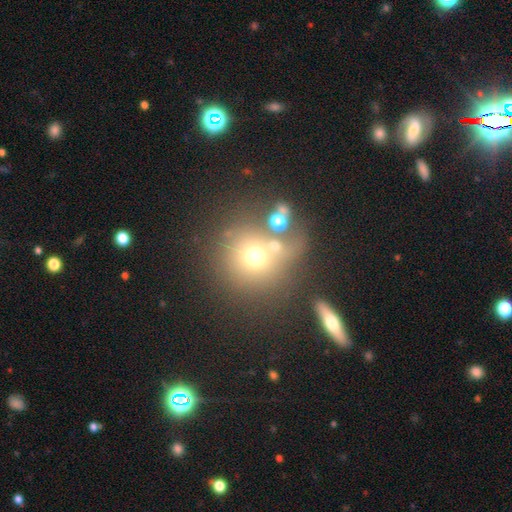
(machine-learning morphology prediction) This is likely a smooth galaxy (64%). How rounded: clearly round (90%). Merging: possibly none (56%).